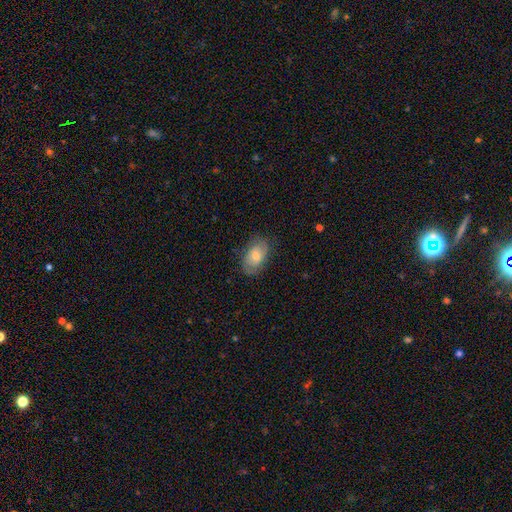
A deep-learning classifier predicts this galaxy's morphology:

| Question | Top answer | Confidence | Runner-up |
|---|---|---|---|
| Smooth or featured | smooth | 51% | featured or disk (41%) |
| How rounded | in between | 89% | round (10%) |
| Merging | none | 76% | minor disturbance (18%) |